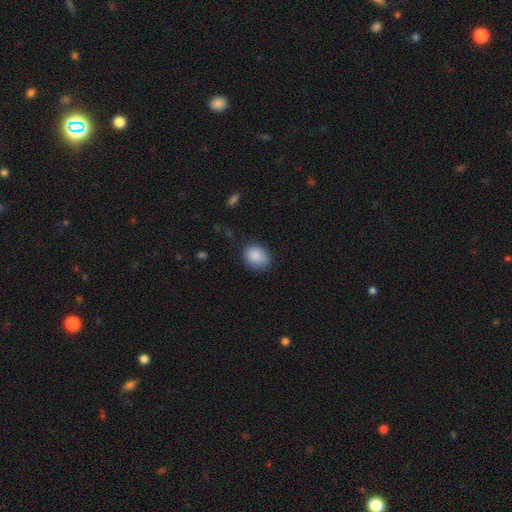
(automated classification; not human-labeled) smooth_or_featured: smooth (p=0.88) [alt: star or artifact p=0.08]
how_rounded: in between (p=0.55) [alt: round p=0.44]
merging: none (p=0.73) [alt: minor disturbance p=0.21]